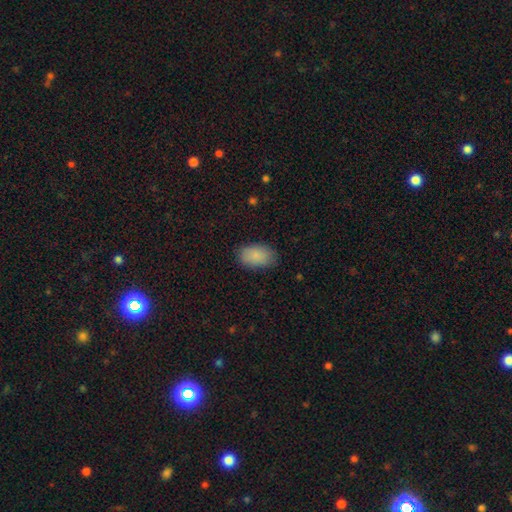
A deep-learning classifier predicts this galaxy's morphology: A smooth galaxy with no disk features (86%) that is in between round and cigar-shaped (91%). Merging: none (81%).